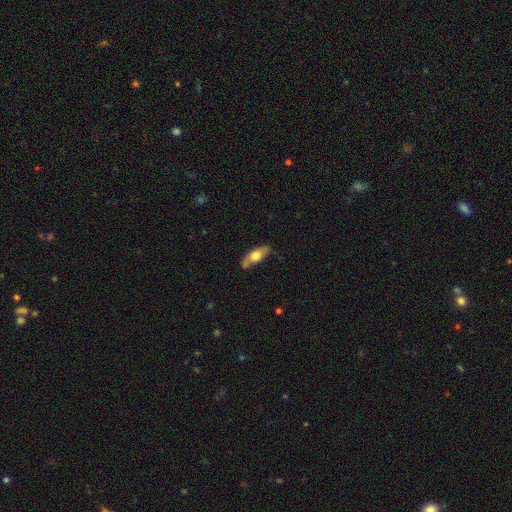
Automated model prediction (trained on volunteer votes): This appears to be a smooth galaxy with no disk features (56%) that is in between round and cigar-shaped (68%). Merging: none (72%).